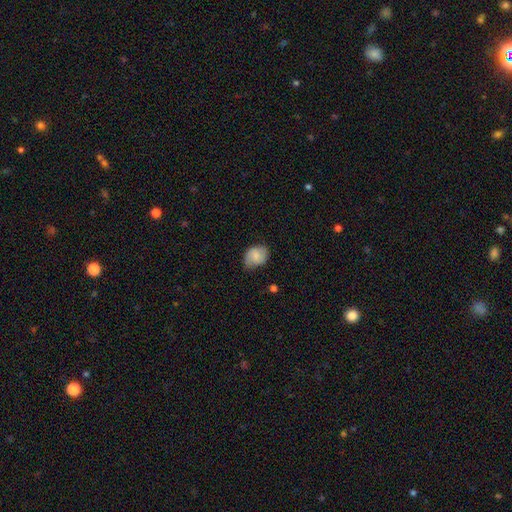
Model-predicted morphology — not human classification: Overall: smooth (66%; featured or disk 26%). How rounded: in between (66%; round 33%). Merging: none (67%).